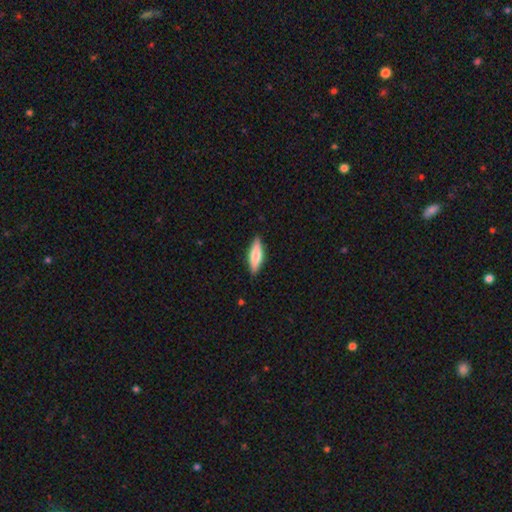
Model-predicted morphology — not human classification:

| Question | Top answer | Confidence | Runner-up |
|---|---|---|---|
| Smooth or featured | smooth | 62% | featured or disk (32%) |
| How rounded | cigar-shaped | 50% | in between (48%) |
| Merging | none | 87% | minor disturbance (10%) |